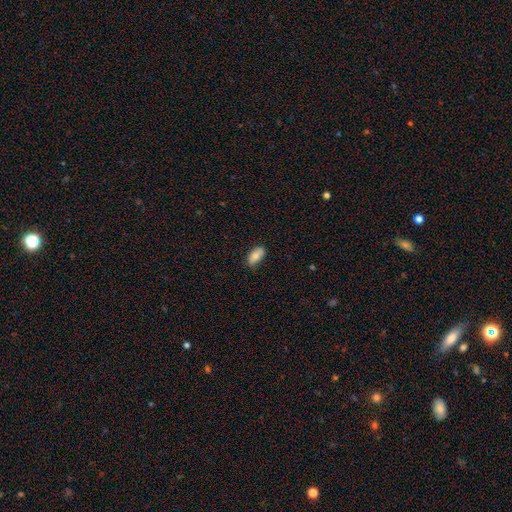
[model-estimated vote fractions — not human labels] Smooth or featured? Predicted: smooth (p=0.75). How rounded? Predicted: in between (p=0.90). Merging? Predicted: none (p=0.77).